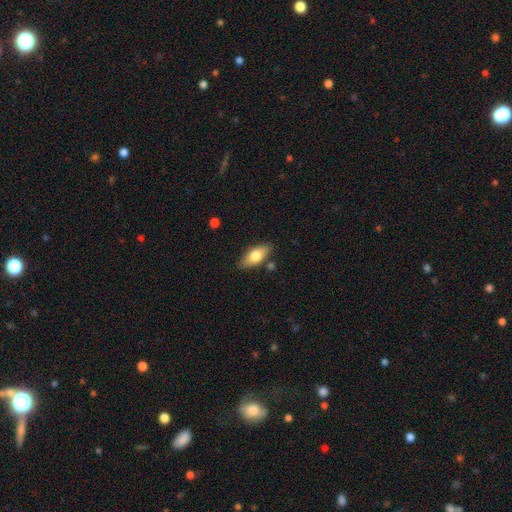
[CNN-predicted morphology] A smooth galaxy with no disk features (72%) that is in between round and cigar-shaped (83%).

Vote fractions:
- Smooth or featured? smooth: 72% / featured or disk: 22% / star or artifact: 6%
- How rounded? in between: 83% / cigar-shaped: 14% / round: 3%
- Merging? none: 81% / minor disturbance: 13% / merger: 4% / major disturbance: 3%